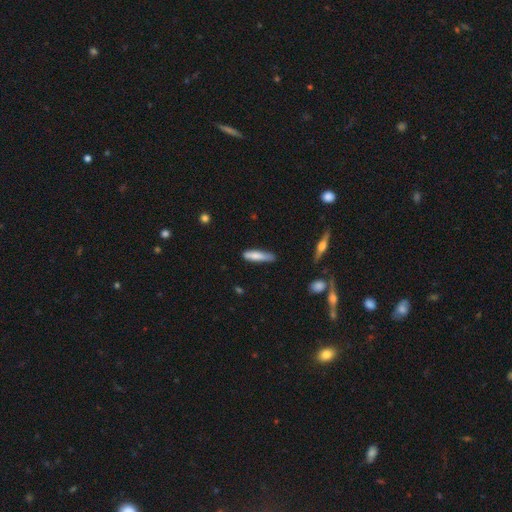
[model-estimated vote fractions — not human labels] A smooth galaxy with no disk features (76%) that is cigar-shaped (78%).

Vote fractions:
- Smooth or featured? smooth: 76% / featured or disk: 18% / star or artifact: 6%
- How rounded? cigar-shaped: 78% / in between: 21% / round: 1%
- Merging? none: 66% / minor disturbance: 26% / major disturbance: 5% / merger: 3%